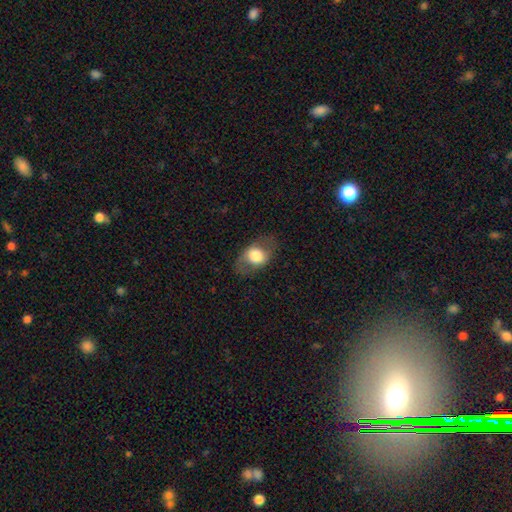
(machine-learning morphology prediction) smooth 63%, featured or disk 30%, star or artifact 7%. Down the decision tree: how rounded — in between (71%); merging — none (73%).